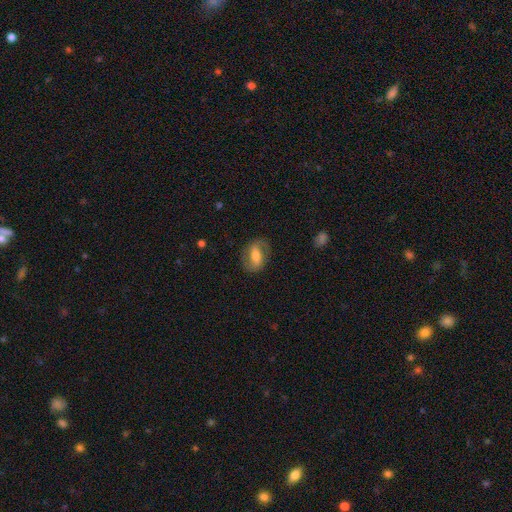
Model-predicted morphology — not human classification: A featured or disk galaxy (57%) with a strong bar (43%), spiral arms (77%) and a moderate central bulge (56%). Merging: none (78%).